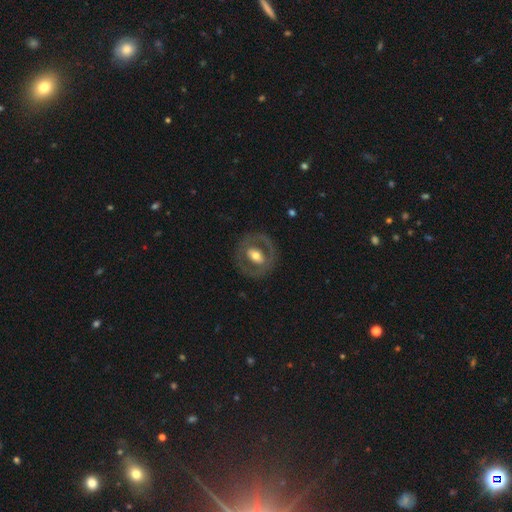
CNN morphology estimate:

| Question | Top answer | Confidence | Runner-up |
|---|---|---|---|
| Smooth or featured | featured or disk | 60% | smooth (34%) |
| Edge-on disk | no | 94% | yes (6%) |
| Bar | no | 48% | weak (29%) |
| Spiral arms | no | 81% | yes (19%) |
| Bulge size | moderate | 65% | large (21%) |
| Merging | none | 78% | minor disturbance (12%) |